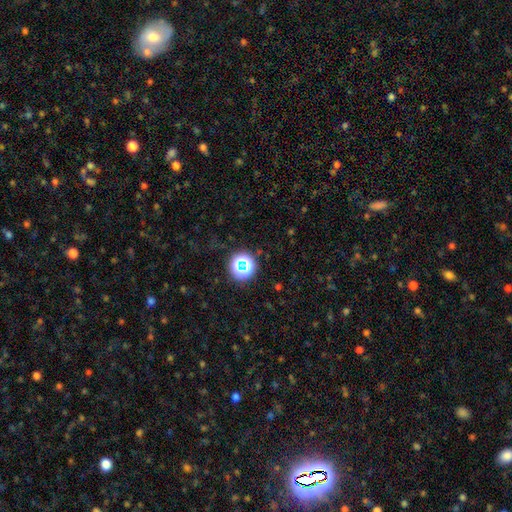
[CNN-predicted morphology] Overall: star or artifact (71%).